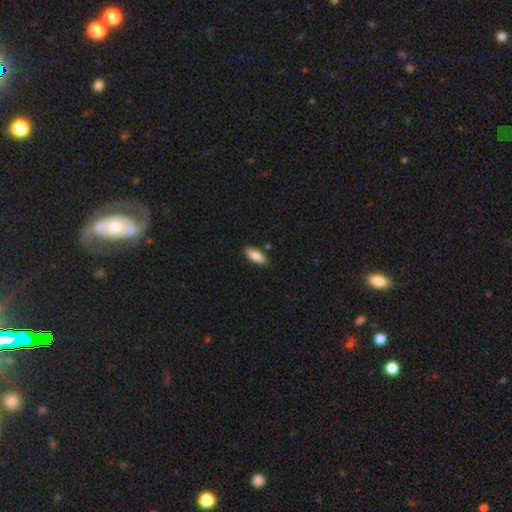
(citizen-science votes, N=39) smooth_or_featured: smooth (p=0.90) [alt: featured or disk p=0.05]
how_rounded: in between (p=0.69) [alt: cigar-shaped p=0.31]
merging: none (p=0.81) [alt: merger p=0.11]